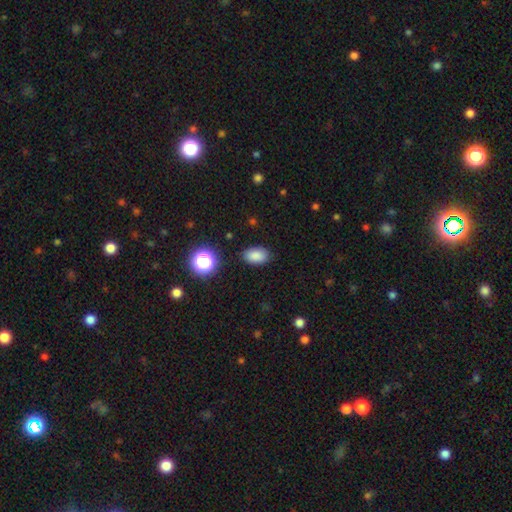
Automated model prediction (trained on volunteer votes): smooth 85%, star or artifact 11%, featured or disk 4%. Down the decision tree: how rounded — in between (88%); merging — none (85%).